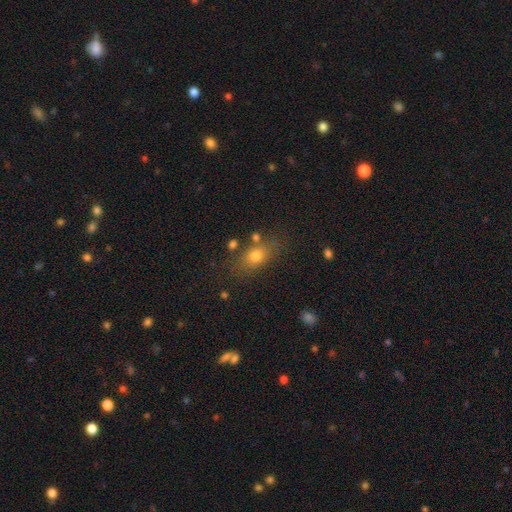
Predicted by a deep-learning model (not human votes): Morphology: type=smooth (73%); roundness=in between (70%); merging=none (73%).